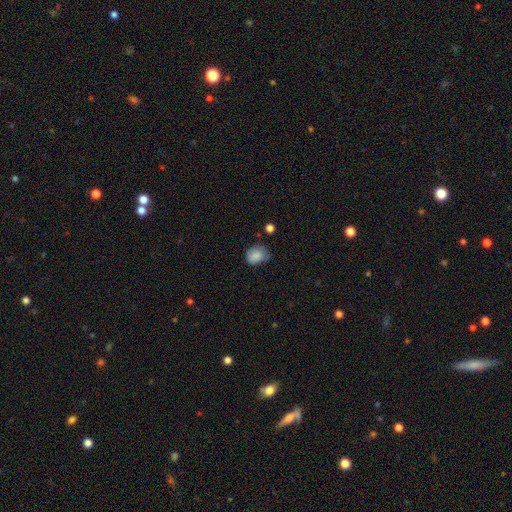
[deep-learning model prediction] Smooth or featured? smooth (83%)
How rounded? round (50%)
Merging? none (54%)